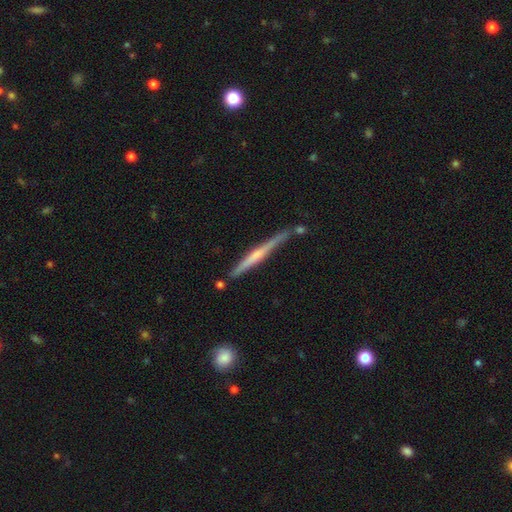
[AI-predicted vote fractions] Overall: featured or disk (65%; smooth 30%). Edge-on disk: yes (98%). Edge-on bulge: rounded (44%; none 41%). Merging: none (75%).